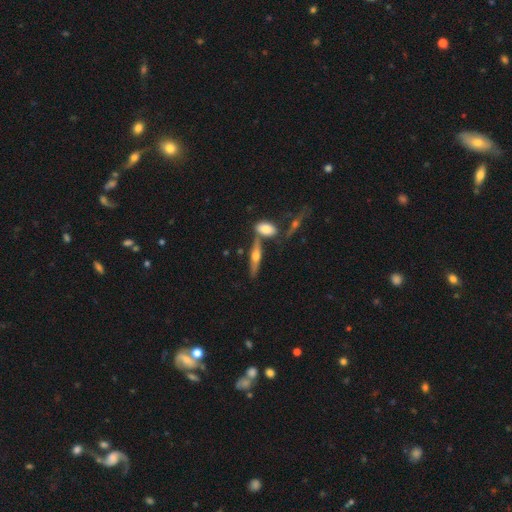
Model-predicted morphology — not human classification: Overall: featured or disk (61%; smooth 32%). Edge-on disk: yes (94%). Edge-on bulge: rounded (93%). Merging: none (69%).